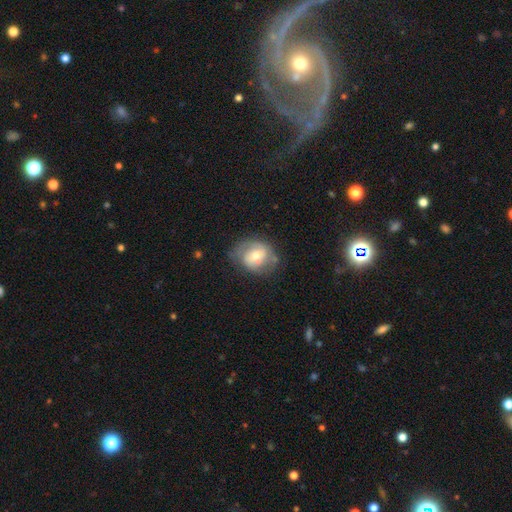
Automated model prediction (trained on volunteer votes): A featured or disk galaxy (50%). Merging: none (58%).